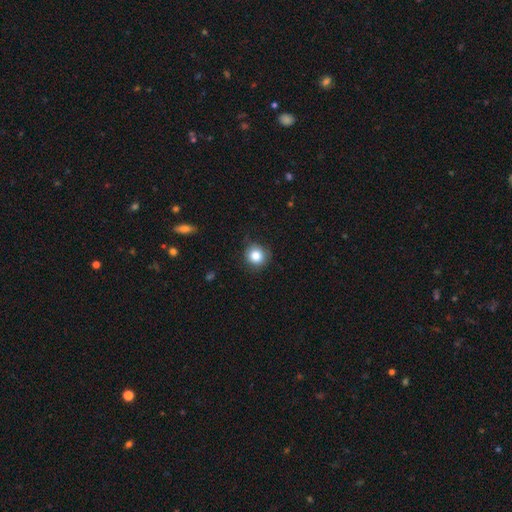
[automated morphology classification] Overall: smooth (85%). How rounded: round (89%). Merging: none (82%).